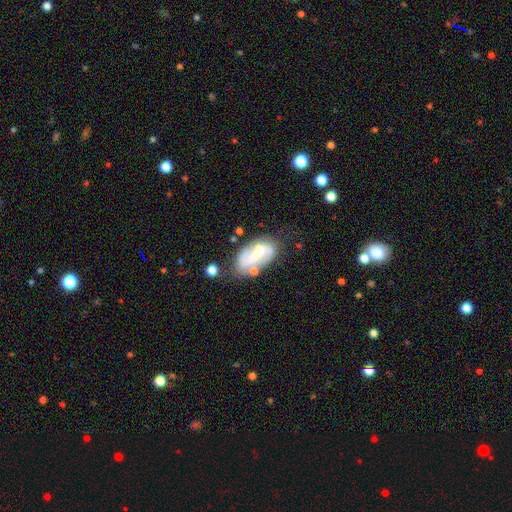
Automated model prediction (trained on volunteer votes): A featured or disk galaxy (64%) with a strong bar (40%), spiral arms (73%) and no central bulge (35%, tied with small).

Vote fractions:
- Smooth or featured? featured or disk: 64% / smooth: 28% / star or artifact: 8%
- Edge-on disk? no: 95% / yes: 5%
- Bar? strong: 40% / weak: 35% / no: 26%
- Spiral arms? yes: 73% / no: 27%
- Bulge size? none: 35% (tied) / small: 35% (tied) / moderate: 22% / large: 6% / dominant: 2%
- Merging? none: 53% / minor disturbance: 24% / major disturbance: 14% / merger: 9%